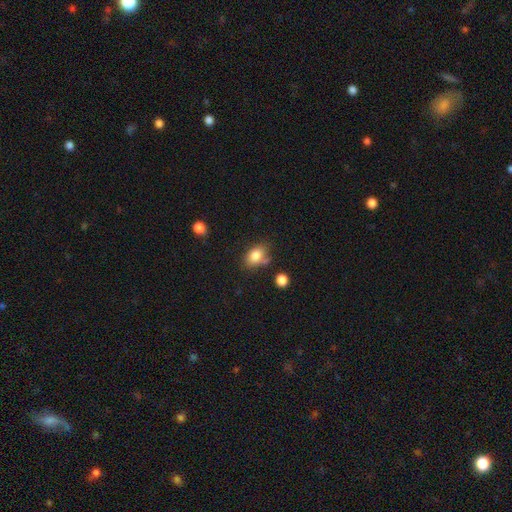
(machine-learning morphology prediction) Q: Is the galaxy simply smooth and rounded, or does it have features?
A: smooth — 82%.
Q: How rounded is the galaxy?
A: in between — 78%.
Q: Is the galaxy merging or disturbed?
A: none — 62%.